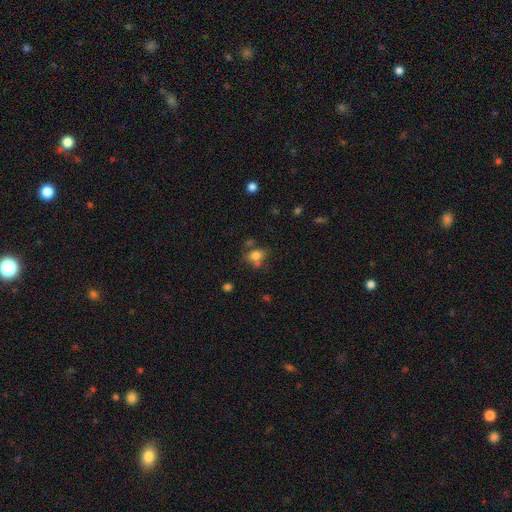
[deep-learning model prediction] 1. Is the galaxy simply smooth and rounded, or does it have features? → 72% smooth, 15% featured or disk, 14% star or artifact.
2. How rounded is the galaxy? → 57% in between, 41% round, 2% cigar-shaped.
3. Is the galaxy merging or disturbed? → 53% none, 20% minor disturbance, 18% merger, 9% major disturbance.